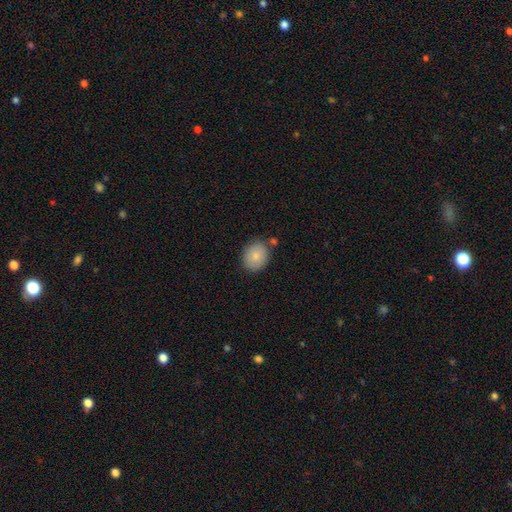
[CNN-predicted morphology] This appears to be a smooth galaxy with no disk features (83%) that is round (64%). Merging: none (77%).